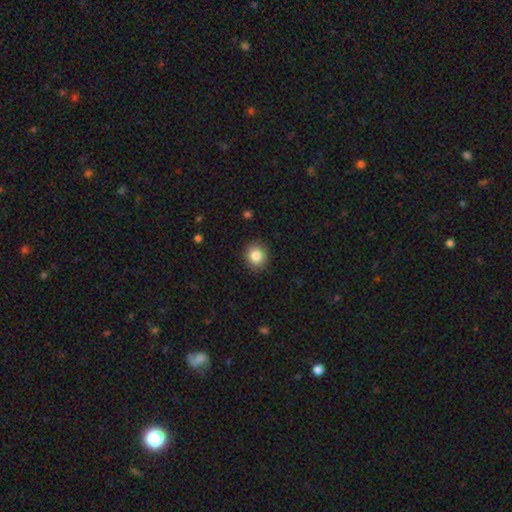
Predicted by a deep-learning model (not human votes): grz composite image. It shows a smooth galaxy with no disk features (84%) that is round (82%). Merging: none (90%).